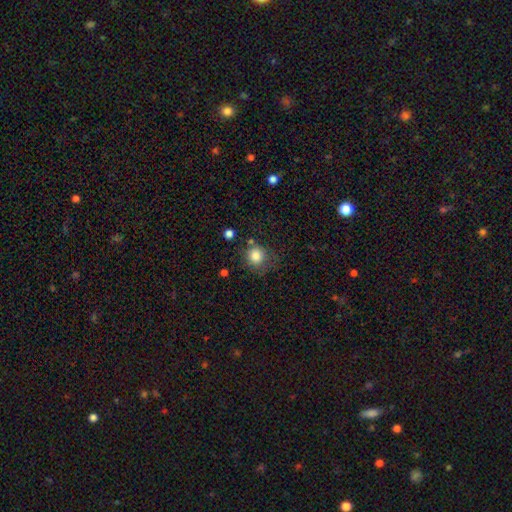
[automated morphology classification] A smooth galaxy with no disk features (83%) that is round (85%). Merging: none (65%).